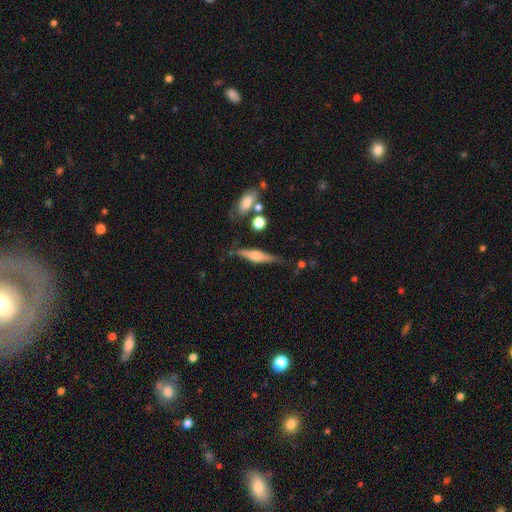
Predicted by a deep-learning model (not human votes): This is possibly a featured or disk galaxy (57%). It is clearly viewed edge-on (94%). Edge-on bulge: clearly rounded (82%). Merging: likely none (70%).